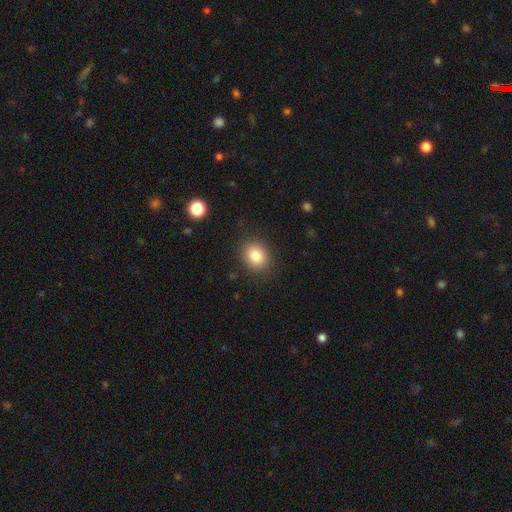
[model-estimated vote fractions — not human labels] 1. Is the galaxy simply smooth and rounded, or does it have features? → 84% smooth, 10% star or artifact, 6% featured or disk.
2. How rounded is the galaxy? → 56% round, 43% in between, 1% cigar-shaped.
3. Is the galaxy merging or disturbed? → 86% none, 9% minor disturbance, 3% major disturbance, 1% merger.